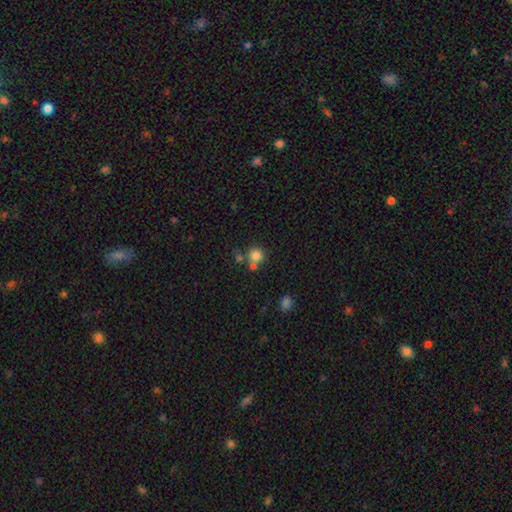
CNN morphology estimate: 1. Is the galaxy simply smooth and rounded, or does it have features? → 80% smooth, 13% star or artifact, 8% featured or disk.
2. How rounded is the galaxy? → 90% round, 9% in between, 1% cigar-shaped.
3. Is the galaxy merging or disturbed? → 59% none, 28% merger, 9% minor disturbance, 4% major disturbance.